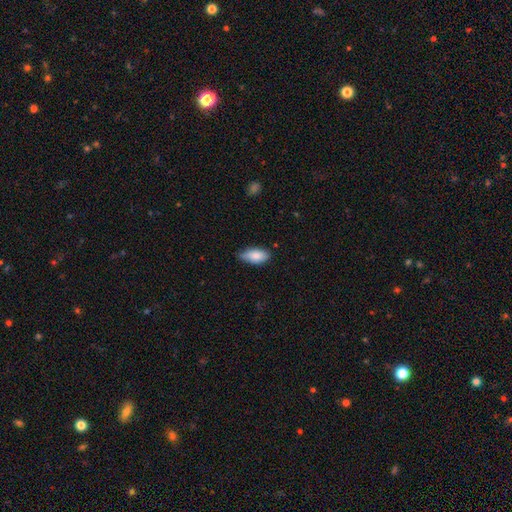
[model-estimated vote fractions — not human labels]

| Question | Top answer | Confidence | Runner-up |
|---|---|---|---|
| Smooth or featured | smooth | 81% | featured or disk (13%) |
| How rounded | in between | 88% | cigar-shaped (9%) |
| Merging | none | 65% | minor disturbance (30%) |